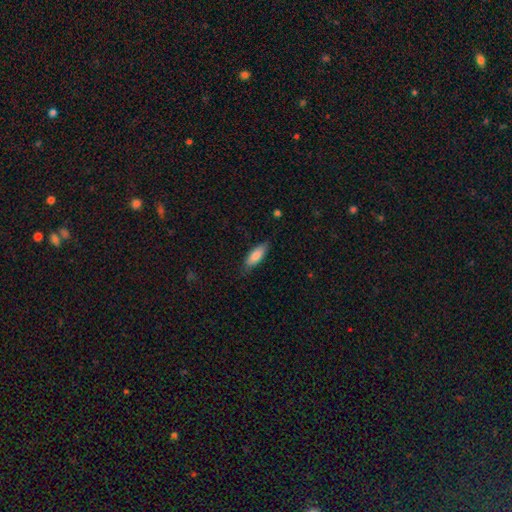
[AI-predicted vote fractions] A smooth galaxy with no disk features (83%) that is in between round and cigar-shaped (65%).

Vote fractions:
- Smooth or featured? smooth: 83% / featured or disk: 11% / star or artifact: 6%
- How rounded? in between: 65% / cigar-shaped: 34% / round: 2%
- Merging? none: 79% / minor disturbance: 17% / major disturbance: 3% / merger: 1%